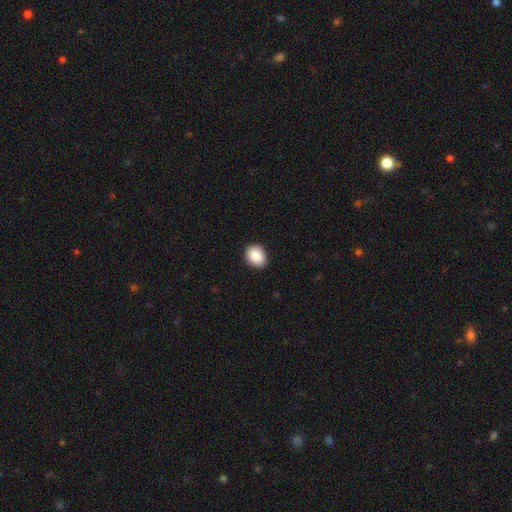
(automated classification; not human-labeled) Smooth or featured: smooth — 89% (star or artifact — 8%)
How rounded: round — 51% (in between — 48%)
Merging: none — 89% (minor disturbance — 8%)